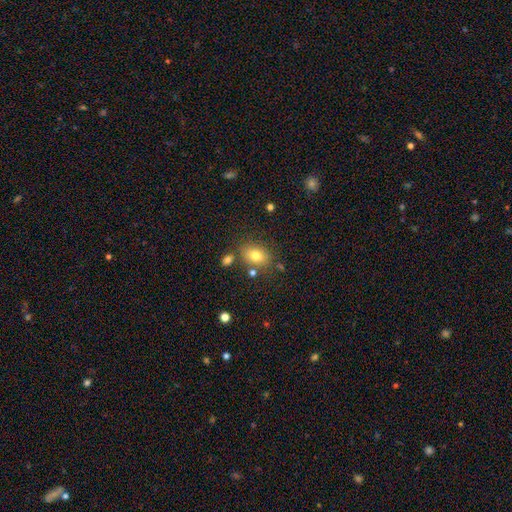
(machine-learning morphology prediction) type=smooth (77%); roundness=in between (61%); merging=none (74%).